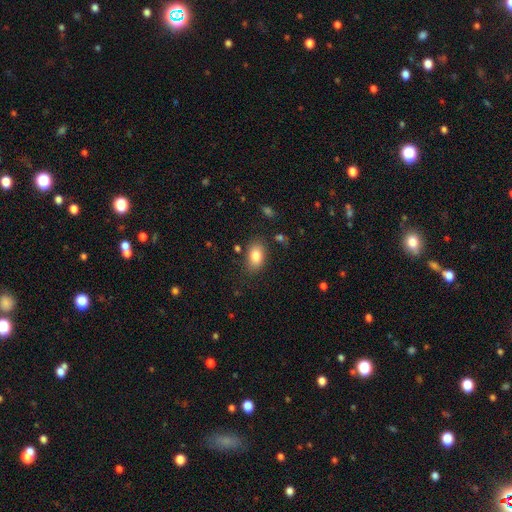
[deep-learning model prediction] Smooth or featured: smooth — 82% (featured or disk — 10%)
How rounded: in between — 87% (round — 12%)
Merging: none — 81% (minor disturbance — 13%)